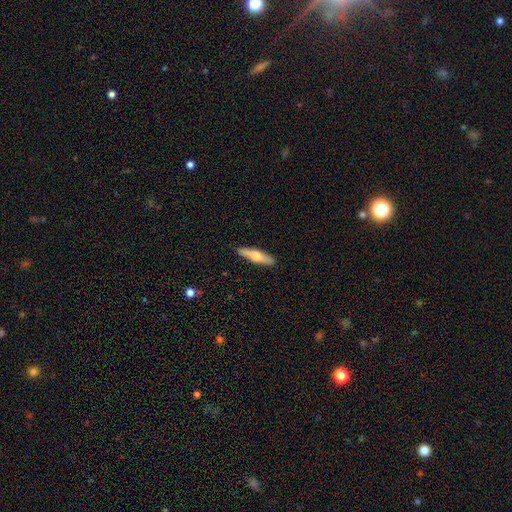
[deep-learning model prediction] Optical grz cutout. It shows a smooth galaxy with no disk features (61%) that is cigar-shaped (78%). Merging: none (89%).